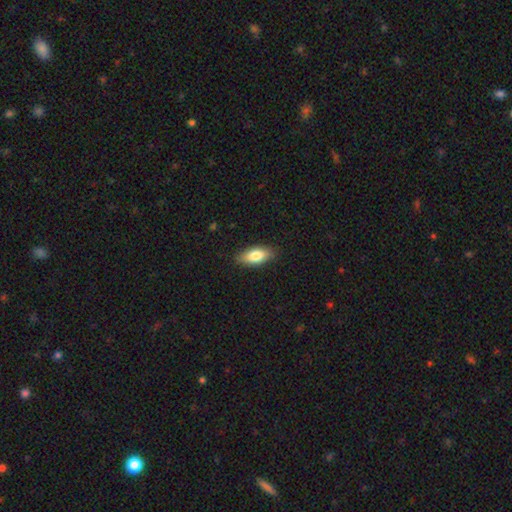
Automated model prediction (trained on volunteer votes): Smooth or featured: smooth — 80% (featured or disk — 14%)
How rounded: in between — 83% (cigar-shaped — 15%)
Merging: none — 87% (minor disturbance — 10%)